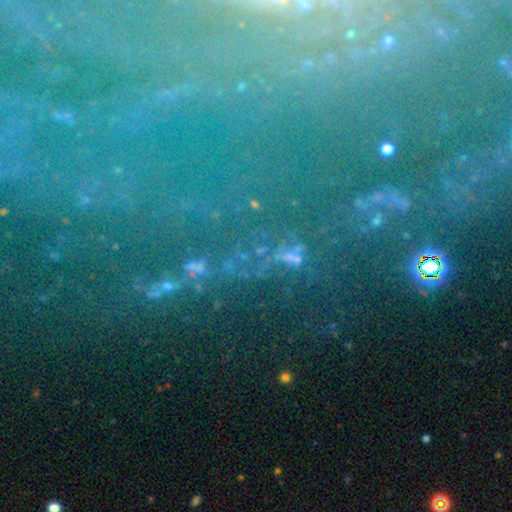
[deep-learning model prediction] This appears to be a star or artifact, not a galaxy (59%).